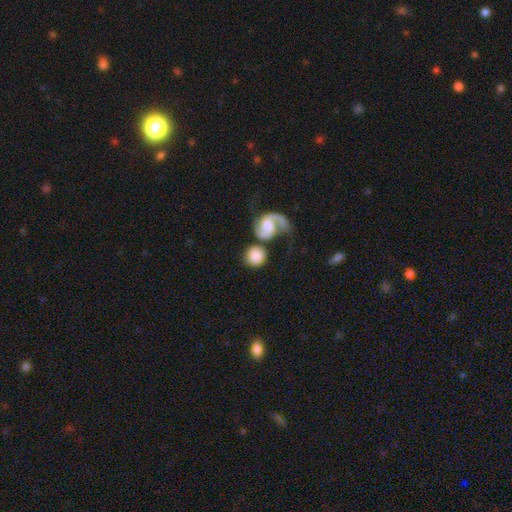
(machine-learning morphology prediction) Smooth or featured? Predicted: smooth (p=0.63). How rounded? Predicted: round (p=0.87). Merging? Predicted: none (p=0.51).